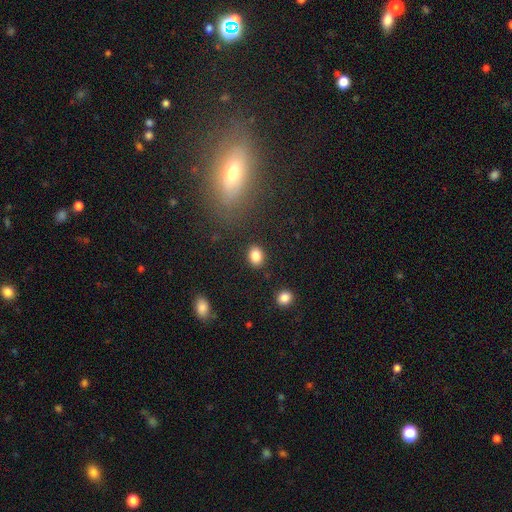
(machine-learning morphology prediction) type=smooth (85%); roundness=in between (59%); merging=none (87%).